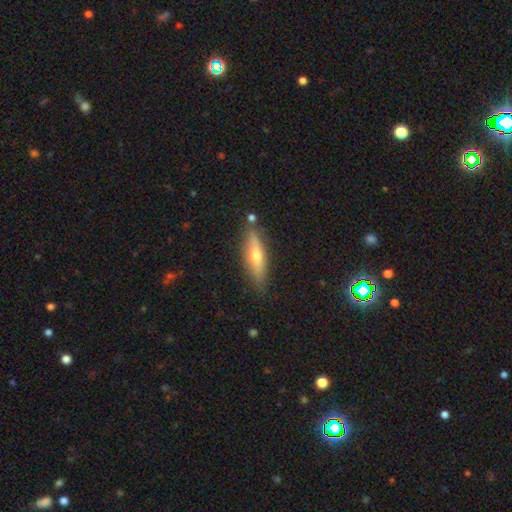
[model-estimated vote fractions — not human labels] smooth_or_featured: featured or disk (p=0.48) [alt: smooth p=0.45]
merging: none (p=0.81) [alt: minor disturbance p=0.13]